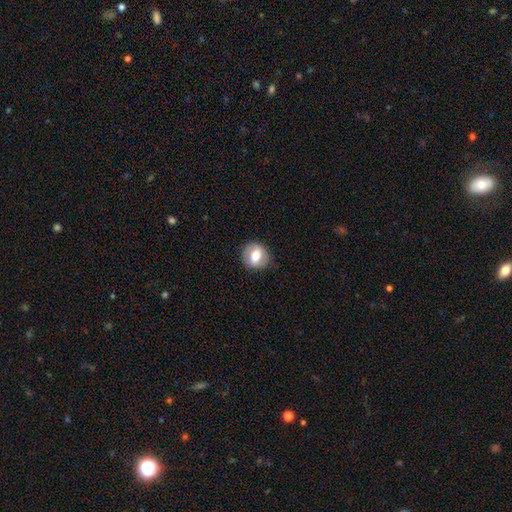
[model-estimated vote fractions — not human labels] This is likely a smooth galaxy (63%). How rounded: likely round (77%). Merging: clearly none (85%).